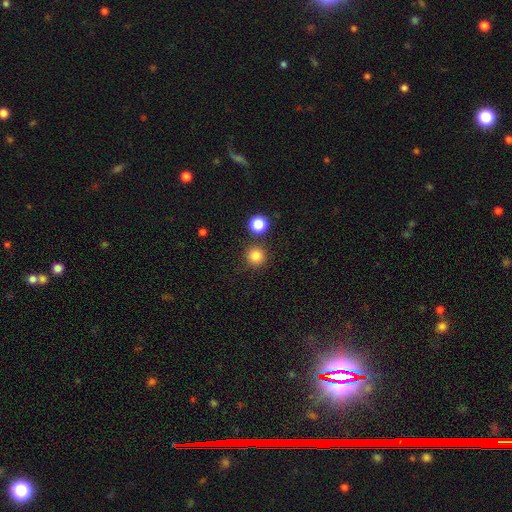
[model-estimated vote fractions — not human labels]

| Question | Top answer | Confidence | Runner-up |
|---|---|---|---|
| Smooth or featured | smooth | 83% | star or artifact (13%) |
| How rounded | round | 95% | in between (4%) |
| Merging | none | 86% | minor disturbance (6%) |